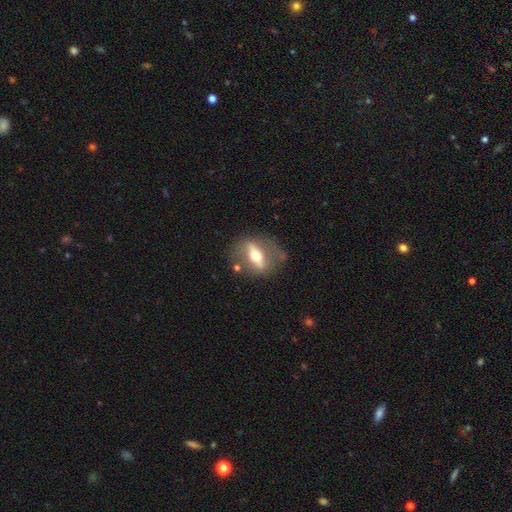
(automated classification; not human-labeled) featured or disk 65%, smooth 28%, star or artifact 7%. Down the decision tree: edge-on disk — yes (54%); merging — none (72%).